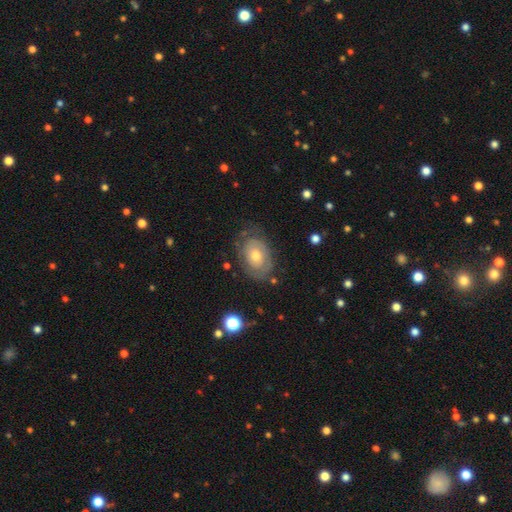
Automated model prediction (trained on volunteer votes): Smooth or featured: featured or disk — 62% (smooth — 31%)
Edge-on disk: no — 95% (yes — 5%)
Bar: no — 82% (weak — 15%)
Spiral arms: yes — 62% (no — 38%)
Bulge size: moderate — 60% (small — 32%)
Merging: none — 70% (minor disturbance — 19%)